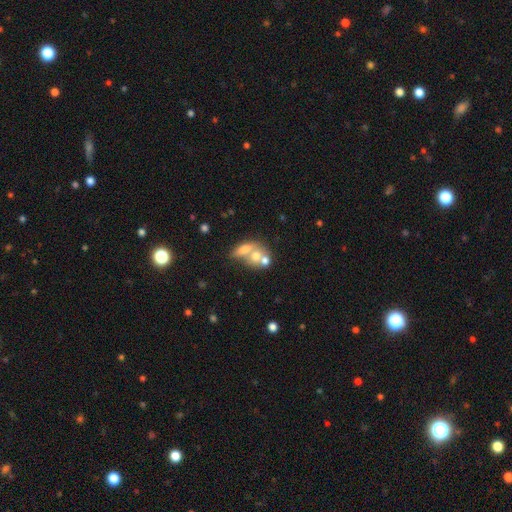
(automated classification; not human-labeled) This appears to be a smooth galaxy with no disk features (56%) that is in between round and cigar-shaped (57%). Merging: merger (64%).